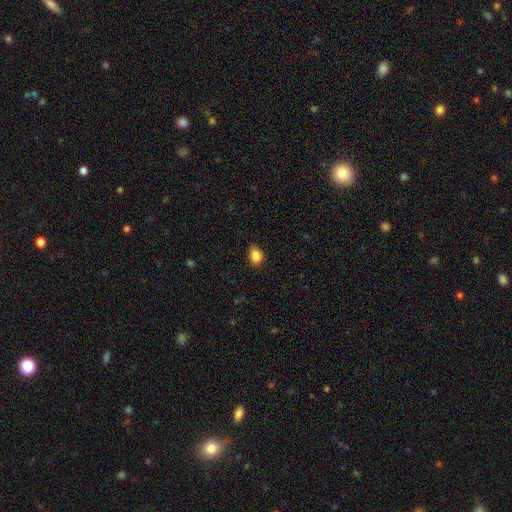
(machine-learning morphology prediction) Overall: smooth (88%). How rounded: in between (77%). Merging: none (75%).